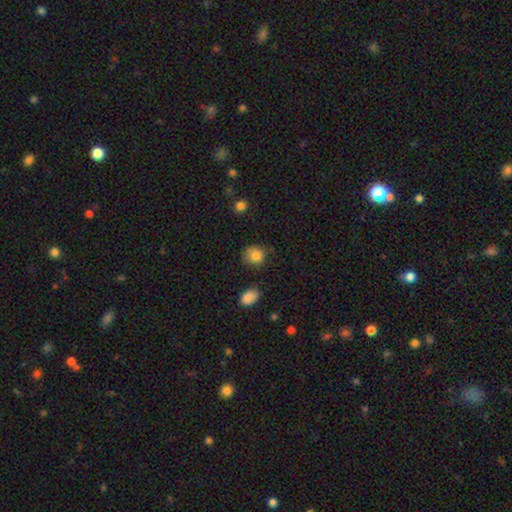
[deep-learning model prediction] This appears to be a smooth galaxy with no disk features (83%) that is round (78%). Merging: none (66%).